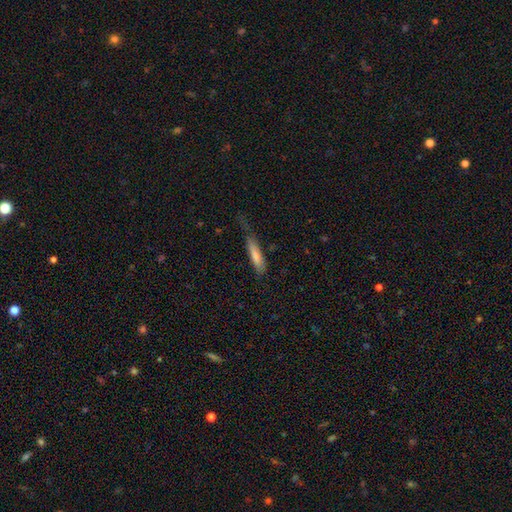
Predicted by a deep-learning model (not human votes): Smooth or featured?
  - smooth: 76% *
  - featured or disk: 18%
  - star or artifact: 6%
How rounded?
  - cigar-shaped: 78% *
  - in between: 21%
  - round: 2%
Merging?
  - none: 43% *
  - minor disturbance: 34%
  - major disturbance: 19%
  - merger: 3%